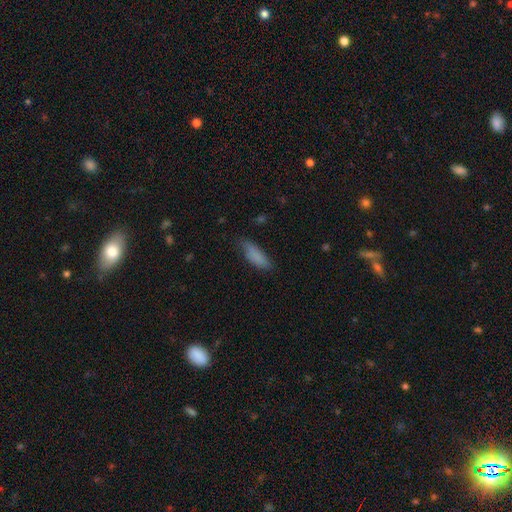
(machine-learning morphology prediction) A smooth galaxy with no disk features (84%) that is in between round and cigar-shaped (56%). Merging: none (69%).